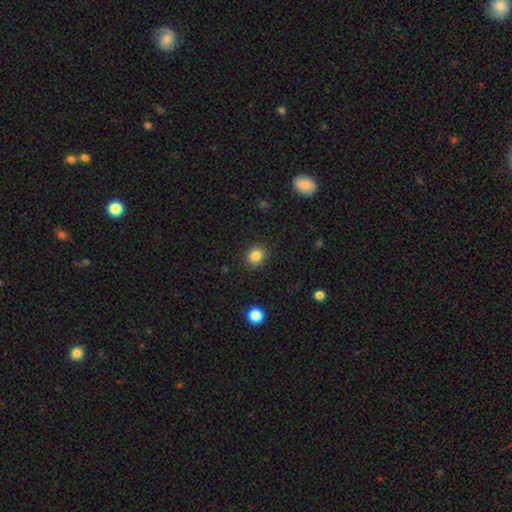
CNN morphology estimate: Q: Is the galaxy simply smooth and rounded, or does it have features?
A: smooth — 84%.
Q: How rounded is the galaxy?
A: round — 67%.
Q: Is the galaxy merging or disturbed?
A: none — 89%.